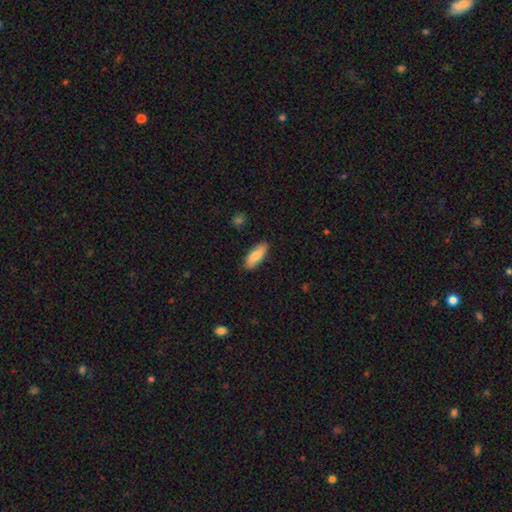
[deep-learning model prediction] Overall: smooth (80%). How rounded: in between (73%). Merging: none (87%).